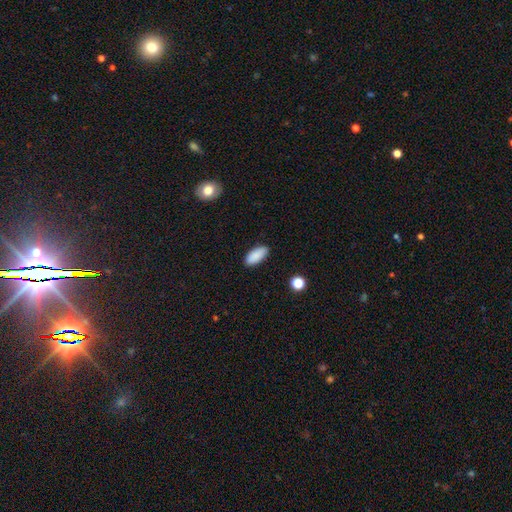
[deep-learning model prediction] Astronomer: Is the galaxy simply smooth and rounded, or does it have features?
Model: smooth — 89%.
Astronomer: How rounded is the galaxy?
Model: in between — 89%.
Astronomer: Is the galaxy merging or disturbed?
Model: none — 87%.